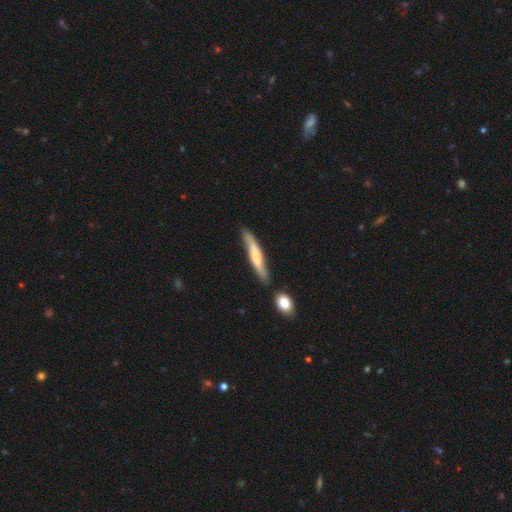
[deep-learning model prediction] Morphology: type=smooth (53%); roundness=cigar-shaped (92%); merging=none (69%).